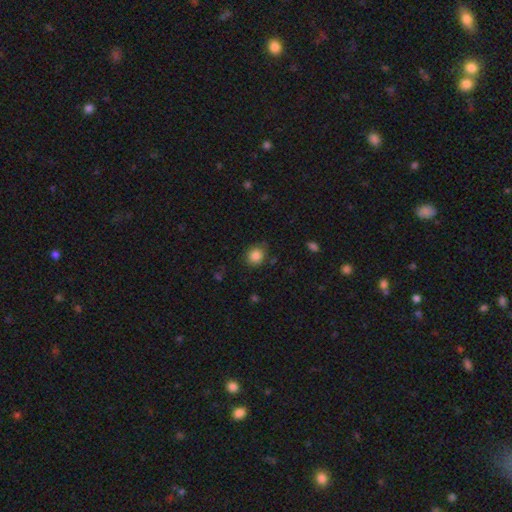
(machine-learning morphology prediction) The model was most divided on "how rounded": round: 77%, in between: 22%, cigar-shaped: 1%. More confident: smooth or featured — smooth (85%); merging — none (80%).